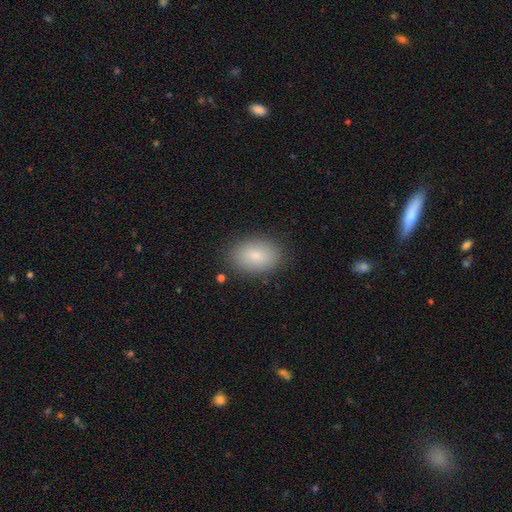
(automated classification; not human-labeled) Smooth or featured: smooth — 83% (featured or disk — 10%)
How rounded: in between — 88% (round — 10%)
Merging: none — 86% (minor disturbance — 10%)